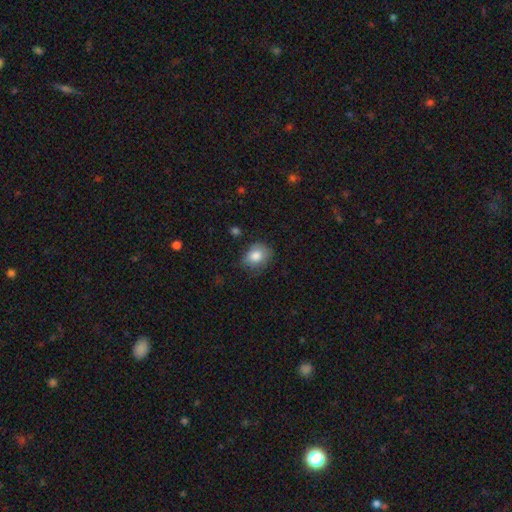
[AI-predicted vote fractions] smooth_or_featured: smooth (p=0.82) [alt: featured or disk p=0.10]
how_rounded: round (p=0.51) [alt: in between p=0.48]
merging: none (p=0.66) [alt: minor disturbance p=0.26]